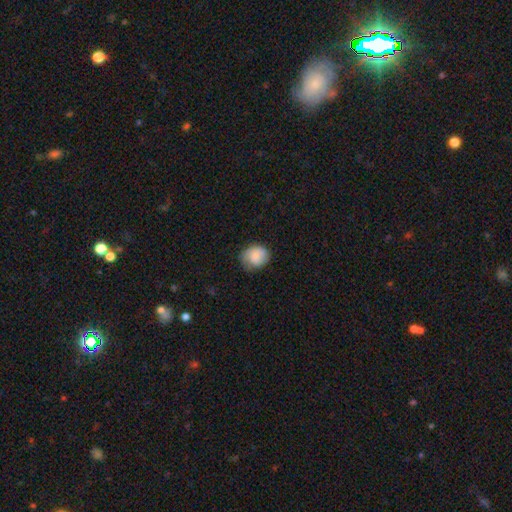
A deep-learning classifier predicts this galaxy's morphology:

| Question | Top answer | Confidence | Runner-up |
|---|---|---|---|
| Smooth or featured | smooth | 81% | featured or disk (12%) |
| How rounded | round | 66% | in between (33%) |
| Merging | none | 66% | minor disturbance (26%) |